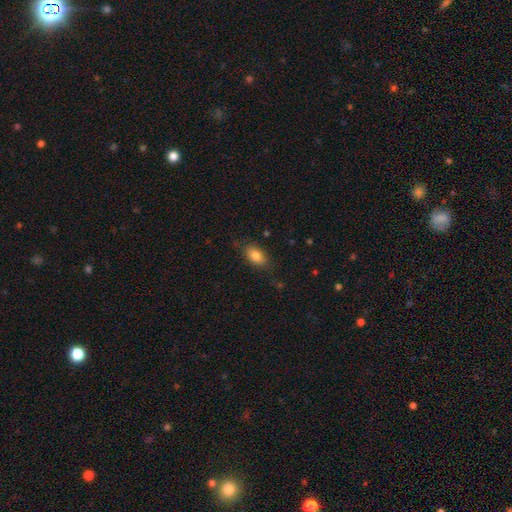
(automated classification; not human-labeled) The model was most divided on "merging": none: 79%, minor disturbance: 16%, major disturbance: 4%, merger: 1%. More confident: how rounded — in between (88%); smooth or featured — smooth (83%).